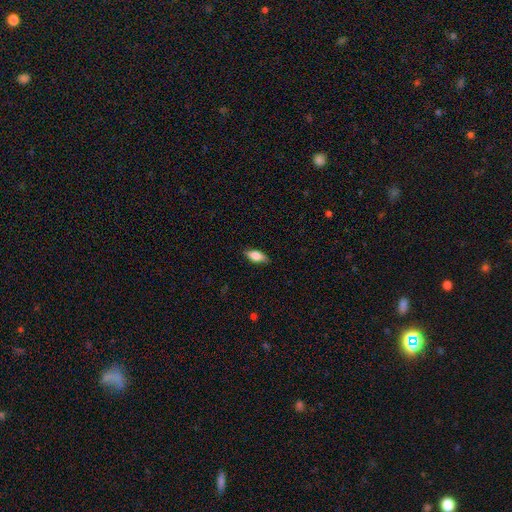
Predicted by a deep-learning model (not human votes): smooth-or-featured: smooth: 74% | featured or disk: 19% | star or artifact: 7%
  how-rounded: in between: 80% | cigar-shaped: 17% | round: 3%
  merging: none: 84% | minor disturbance: 13% | major disturbance: 2% | merger: 1%